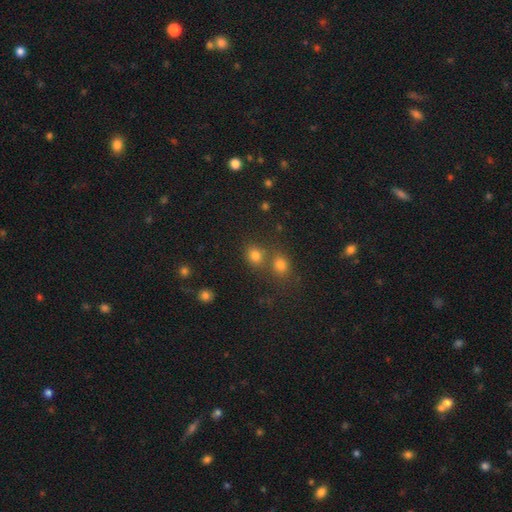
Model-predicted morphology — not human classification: smooth_or_featured: smooth (p=0.72) [alt: star or artifact p=0.21]
how_rounded: round (p=0.77) [alt: in between p=0.22]
merging: none (p=0.57) [alt: merger p=0.33]